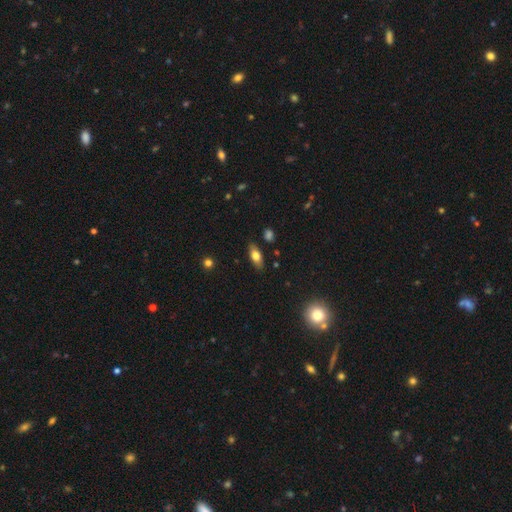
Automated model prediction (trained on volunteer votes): smooth 69%, featured or disk 23%, star or artifact 8%. Down the decision tree: how rounded — in between (81%); merging — none (85%).